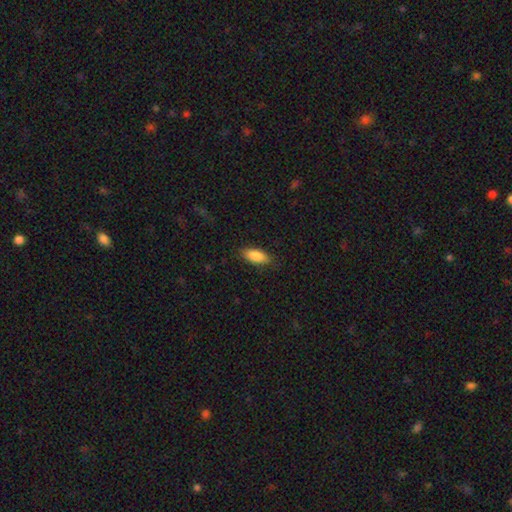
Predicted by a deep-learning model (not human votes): The model was most divided on "how rounded": in between: 83%, cigar-shaped: 15%, round: 2%. More confident: smooth or featured — smooth (87%); merging — none (85%).